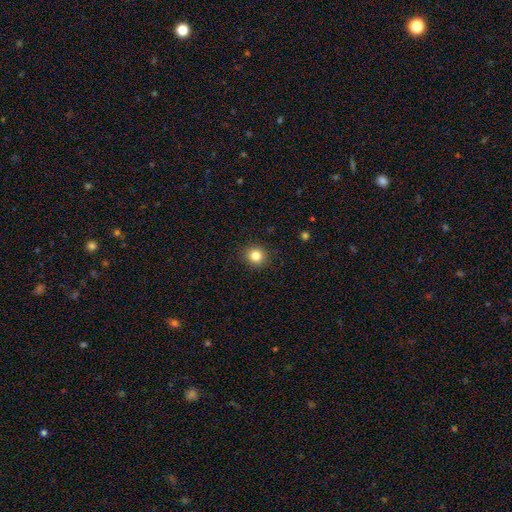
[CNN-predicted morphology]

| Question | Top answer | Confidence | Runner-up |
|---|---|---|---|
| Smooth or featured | smooth | 82% | star or artifact (12%) |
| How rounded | round | 90% | in between (9%) |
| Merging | none | 91% | minor disturbance (6%) |